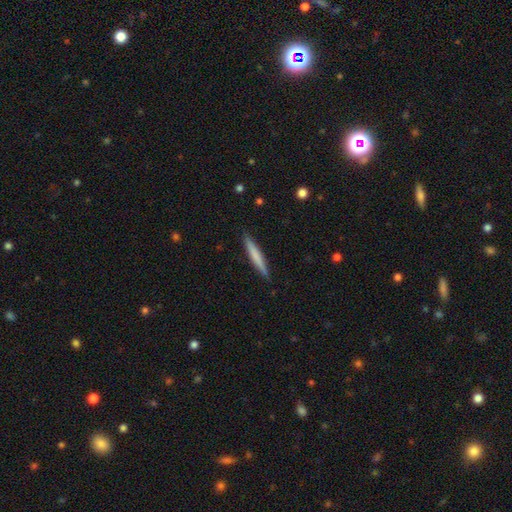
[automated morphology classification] Q: Smooth or featured?
A: smooth (66%); runner-up: featured or disk (29%)
Q: How rounded?
A: cigar-shaped (95%); runner-up: in between (4%)
Q: Merging?
A: none (90%); runner-up: minor disturbance (8%)